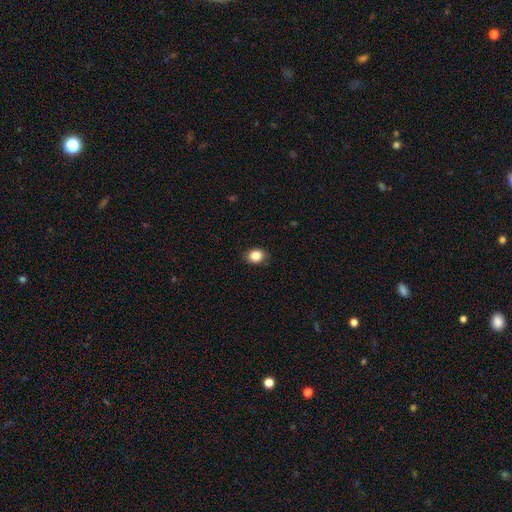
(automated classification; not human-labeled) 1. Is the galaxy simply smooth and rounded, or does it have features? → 85% smooth, 10% star or artifact, 5% featured or disk.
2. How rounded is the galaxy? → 52% round, 47% in between, 1% cigar-shaped.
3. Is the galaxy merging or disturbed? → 87% none, 10% minor disturbance, 2% major disturbance, 1% merger.